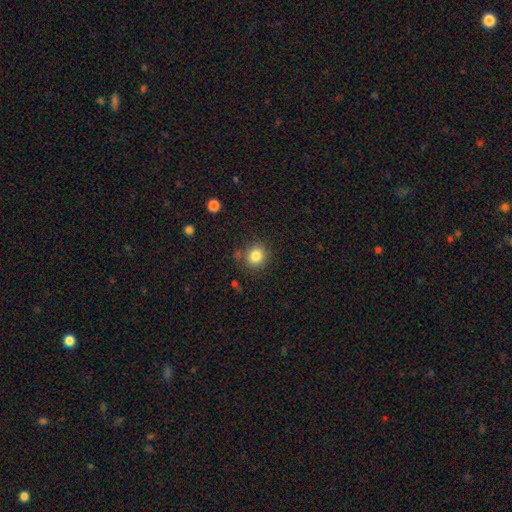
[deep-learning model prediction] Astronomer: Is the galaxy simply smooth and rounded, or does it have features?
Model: smooth — 84%.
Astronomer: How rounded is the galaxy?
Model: round — 86%.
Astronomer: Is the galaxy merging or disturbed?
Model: none — 83%.